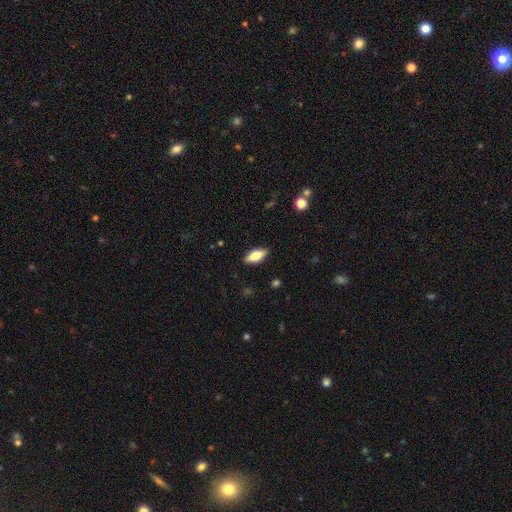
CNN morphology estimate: Smooth or featured? smooth (74%)
How rounded? in between (80%)
Merging? none (88%)